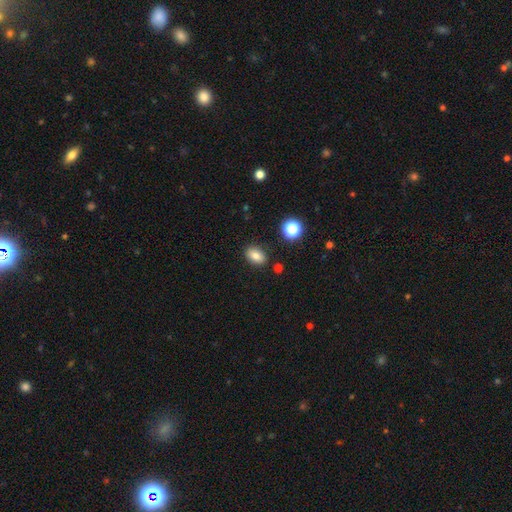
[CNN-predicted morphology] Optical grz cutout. It shows a smooth galaxy with no disk features (80%) that is in between round and cigar-shaped (82%). Merging: none (86%).